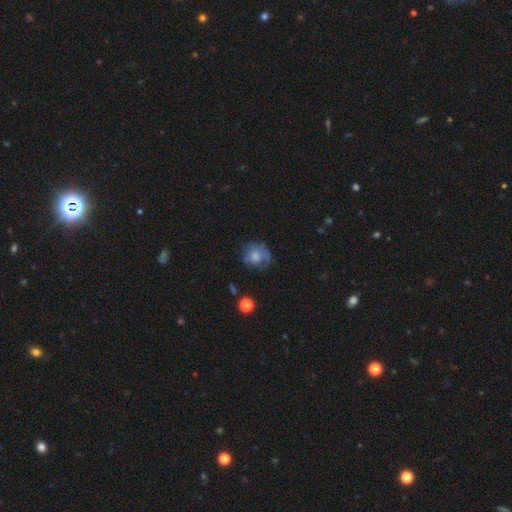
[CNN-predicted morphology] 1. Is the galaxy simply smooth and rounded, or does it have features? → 53% smooth, 37% featured or disk, 9% star or artifact.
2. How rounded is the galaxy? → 68% round, 31% in between, 1% cigar-shaped.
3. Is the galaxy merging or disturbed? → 48% none, 27% minor disturbance, 22% major disturbance, 3% merger.